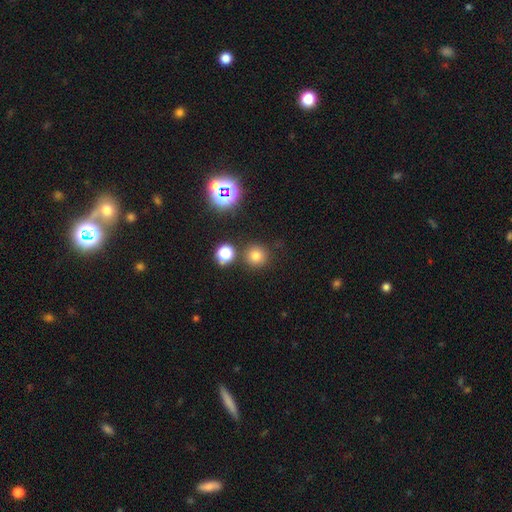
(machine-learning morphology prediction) A smooth galaxy with no disk features (73%) that is round (93%).

Vote fractions:
- Smooth or featured? smooth: 73% / star or artifact: 20% / featured or disk: 7%
- How rounded? round: 93% / in between: 6% / cigar-shaped: 1%
- Merging? none: 83% / merger: 7% / minor disturbance: 7% / major disturbance: 3%